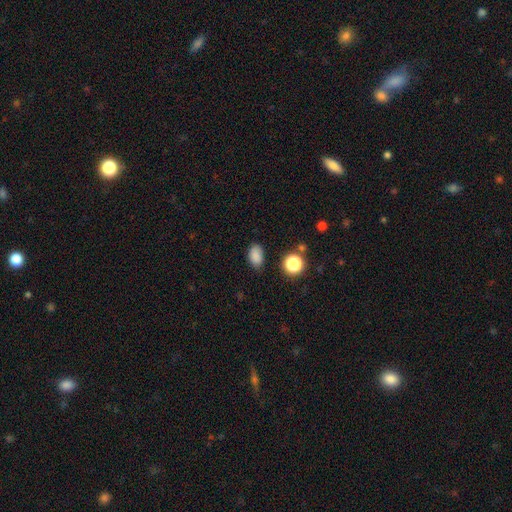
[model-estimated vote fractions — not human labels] smooth_or_featured: smooth (p=0.84) [alt: star or artifact p=0.12]
how_rounded: in between (p=0.83) [alt: round p=0.16]
merging: none (p=0.80) [alt: minor disturbance p=0.14]